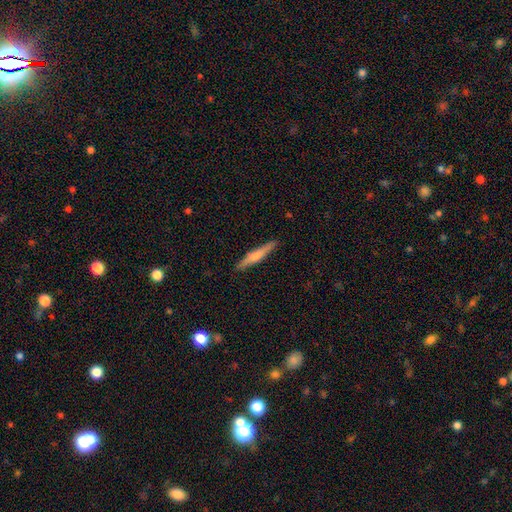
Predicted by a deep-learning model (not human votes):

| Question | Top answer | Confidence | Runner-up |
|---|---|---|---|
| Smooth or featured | smooth | 51% | featured or disk (44%) |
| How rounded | cigar-shaped | 93% | in between (6%) |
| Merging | none | 90% | minor disturbance (7%) |